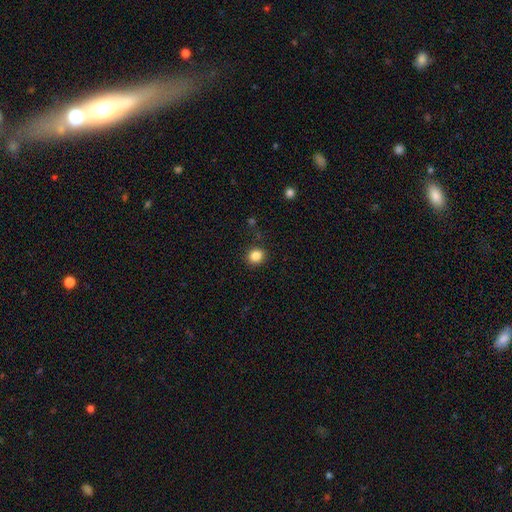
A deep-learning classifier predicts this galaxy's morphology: A smooth galaxy with no disk features (85%) that is round (78%).

Vote fractions:
- Smooth or featured? smooth: 85% / star or artifact: 11% / featured or disk: 4%
- How rounded? round: 78% / in between: 21% / cigar-shaped: 1%
- Merging? none: 89% / minor disturbance: 8% / major disturbance: 2% / merger: 1%